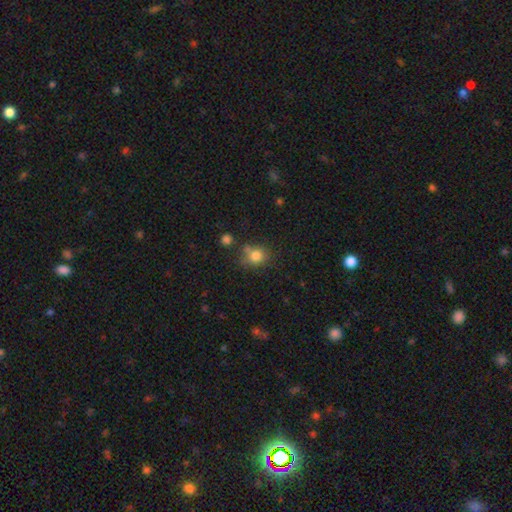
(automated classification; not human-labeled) Smooth or featured?
  - smooth: 80% *
  - star or artifact: 12%
  - featured or disk: 8%
How rounded?
  - round: 75% *
  - in between: 24%
  - cigar-shaped: 1%
Merging?
  - none: 63% *
  - minor disturbance: 19%
  - merger: 11%
  - major disturbance: 6%